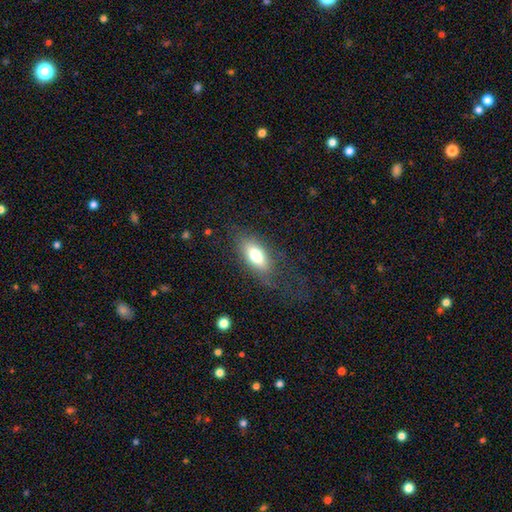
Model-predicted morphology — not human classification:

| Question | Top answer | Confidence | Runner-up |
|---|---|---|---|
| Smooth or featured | smooth | 71% | featured or disk (21%) |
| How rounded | in between | 83% | cigar-shaped (13%) |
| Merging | none | 71% | minor disturbance (16%) |